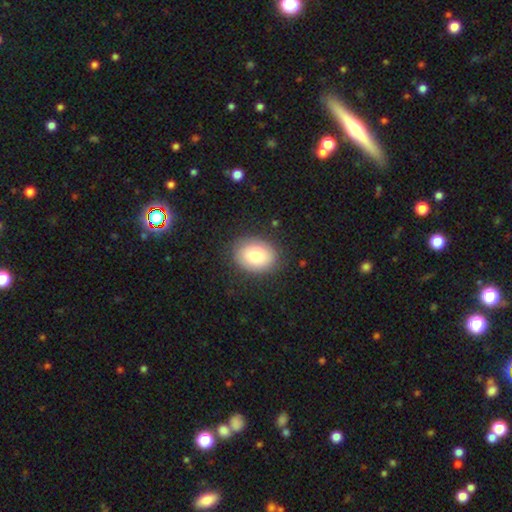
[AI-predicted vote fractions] Smooth or featured? smooth (77%)
How rounded? in between (58%)
Merging? none (84%)